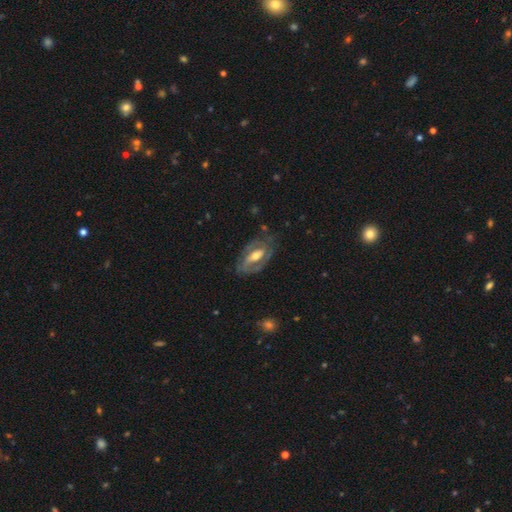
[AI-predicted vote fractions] The model was most divided on "spiral winding": tight: 43%, medium: 41%, loose: 16%. Remaining: edge-on disk — no (91%); smooth or featured — featured or disk (78%); spiral arms — yes (77%); spiral arm count — 2 (72%); merging — none (70%); bulge size — moderate (66%); bar — strong (41%).